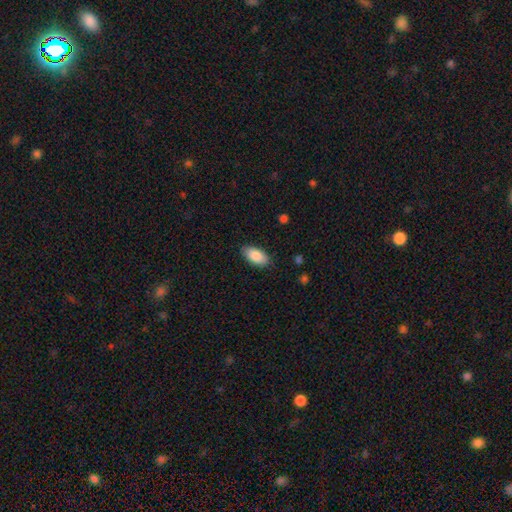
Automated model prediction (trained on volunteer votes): smooth-or-featured: smooth: 87% | star or artifact: 6% | featured or disk: 6%
  how-rounded: in between: 94% | cigar-shaped: 3% | round: 3%
  merging: none: 86% | minor disturbance: 11% | major disturbance: 2% | merger: 1%